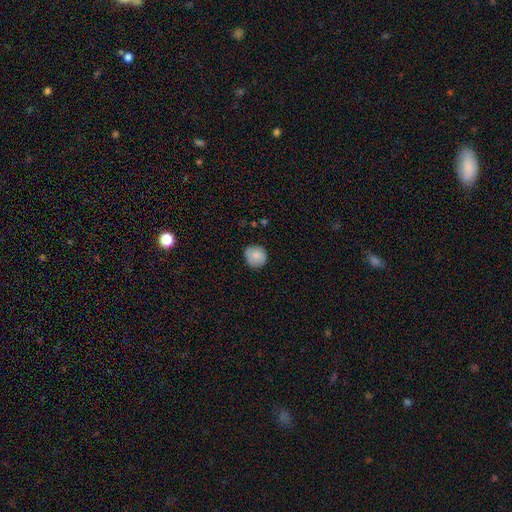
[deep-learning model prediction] The model was most divided on "merging": none: 79%, minor disturbance: 16%, major disturbance: 3%, merger: 1%. More confident: how rounded — round (86%); smooth or featured — smooth (80%).